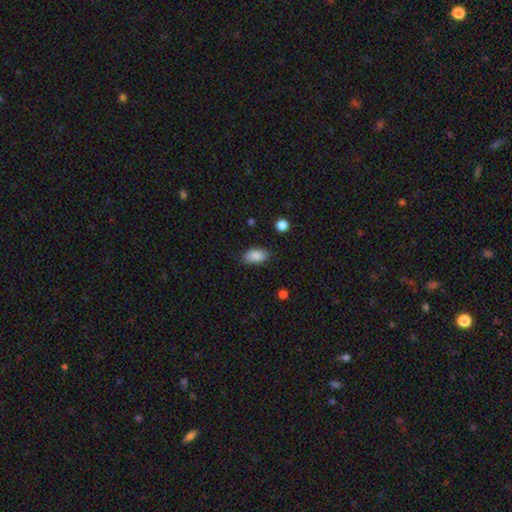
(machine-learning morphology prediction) Q: Smooth or featured?
A: smooth (88%); runner-up: star or artifact (7%)
Q: How rounded?
A: in between (92%); runner-up: round (5%)
Q: Merging?
A: none (83%); runner-up: minor disturbance (13%)